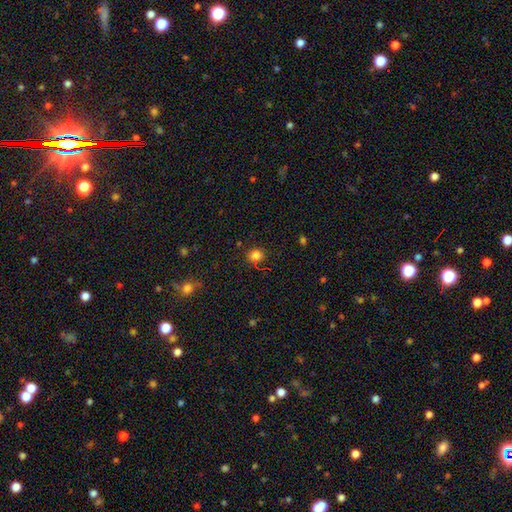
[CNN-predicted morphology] The model was most divided on "smooth or featured": smooth: 81%, star or artifact: 14%, featured or disk: 4%. More confident: how rounded — round (85%); merging — none (81%).